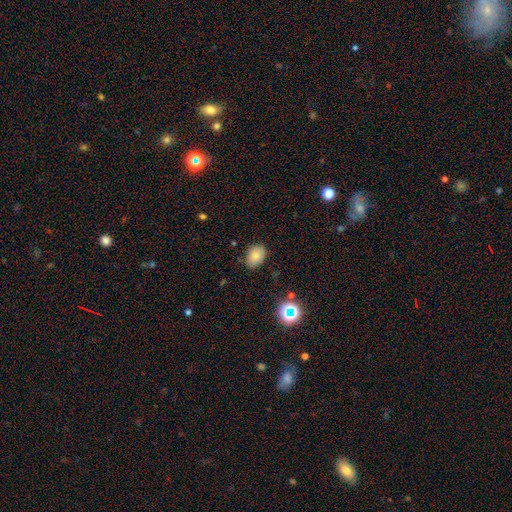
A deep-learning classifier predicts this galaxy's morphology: smooth 78%, star or artifact 12%, featured or disk 10%. Down the decision tree: how rounded — in between (76%); merging — none (80%).